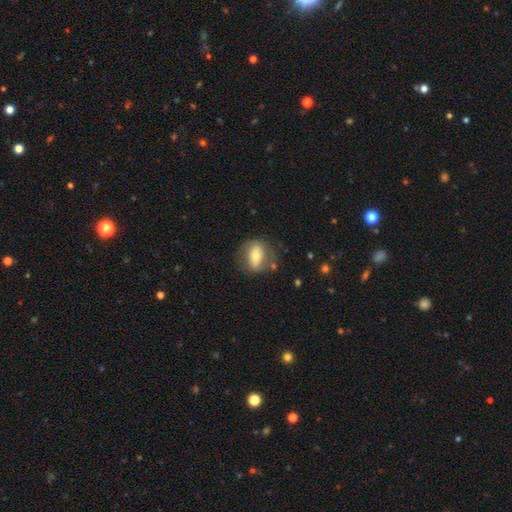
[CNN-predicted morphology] A smooth galaxy with no disk features (57%) that is in between round and cigar-shaped (69%).

Vote fractions:
- Smooth or featured? smooth: 57% / featured or disk: 36% / star or artifact: 7%
- How rounded? in between: 69% / round: 28% / cigar-shaped: 3%
- Merging? none: 68% / minor disturbance: 18% / major disturbance: 10% / merger: 3%